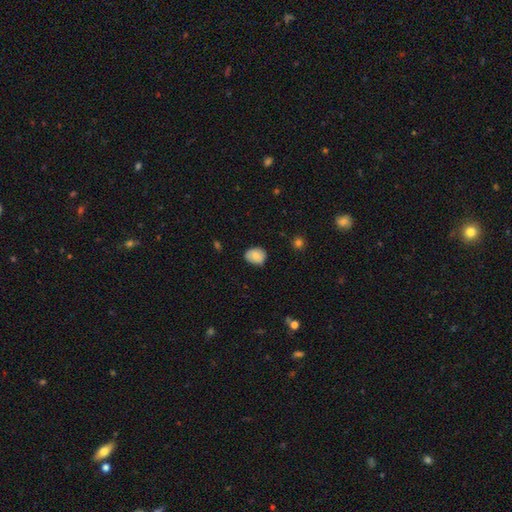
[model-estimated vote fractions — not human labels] Smooth or featured? smooth (77%)
How rounded? in between (51%)
Merging? none (73%)